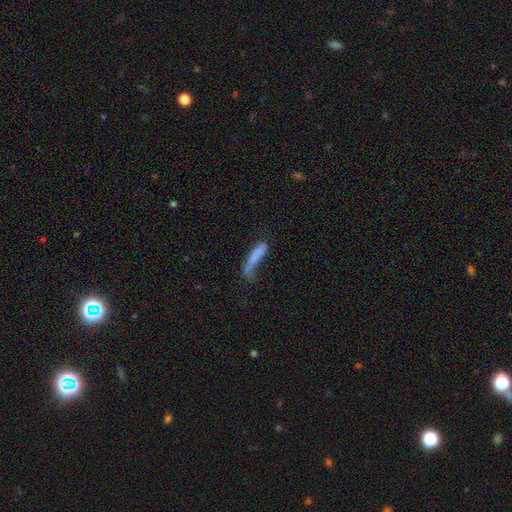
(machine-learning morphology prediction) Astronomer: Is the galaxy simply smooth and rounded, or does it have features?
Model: smooth — 68%.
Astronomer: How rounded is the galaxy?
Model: cigar-shaped — 81%.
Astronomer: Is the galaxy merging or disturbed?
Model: none — 35% (runner-up: major disturbance, 30%).